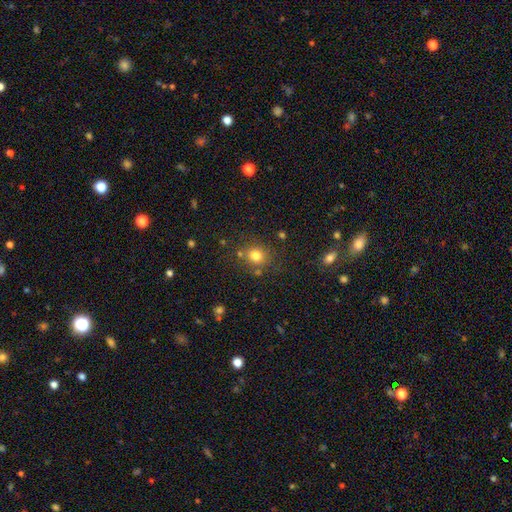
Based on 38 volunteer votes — smooth-or-featured: smooth: 84% | featured or disk: 8% | star or artifact: 8%
  how-rounded: round: 84% | in between: 16% | cigar-shaped: 0%
  merging: none: 71% | minor disturbance: 20% | merger: 6% | major disturbance: 3%